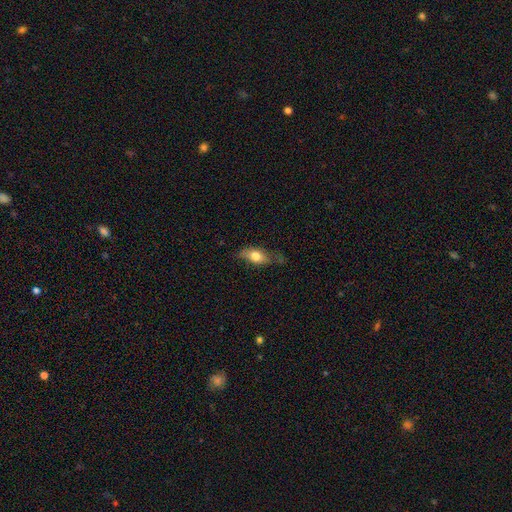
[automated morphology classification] The model was most divided on "merging": none: 52%, minor disturbance: 33%, major disturbance: 12%, merger: 3%. More confident: how rounded — in between (81%); smooth or featured — smooth (68%).